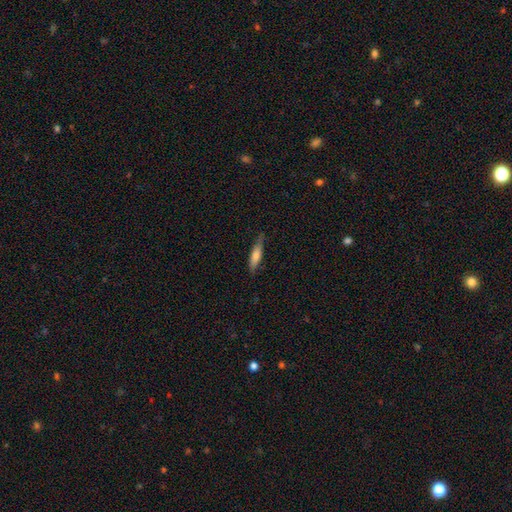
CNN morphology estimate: Q: Smooth or featured?
A: smooth (59%); runner-up: featured or disk (35%)
Q: How rounded?
A: cigar-shaped (74%); runner-up: in between (24%)
Q: Merging?
A: none (77%); runner-up: minor disturbance (18%)